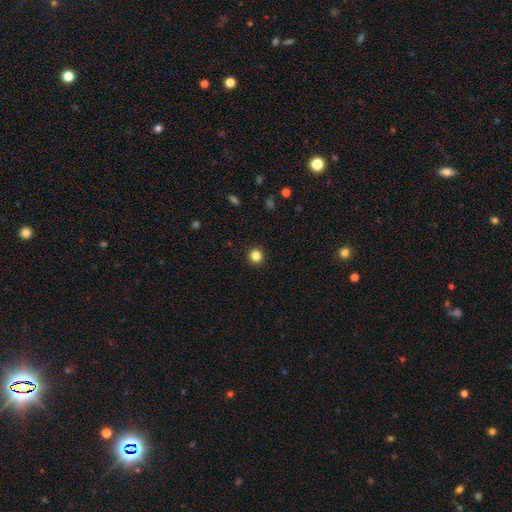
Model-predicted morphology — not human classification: This is clearly a smooth galaxy (84%). How rounded: clearly round (94%). Merging: clearly none (93%).